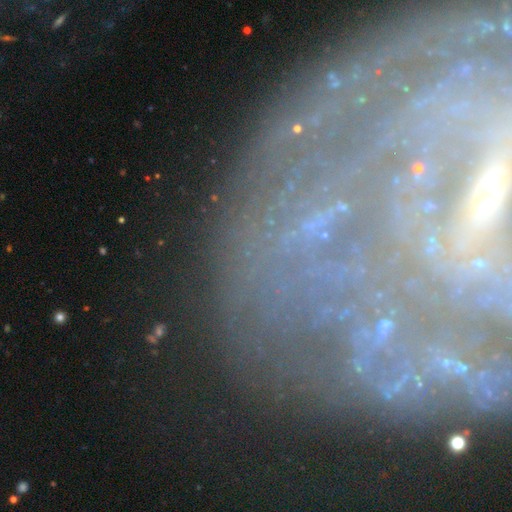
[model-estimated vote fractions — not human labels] A featured or disk galaxy (64%) with no bar (41%), spiral arms (67%) and a small central bulge (43%).

Vote fractions:
- Smooth or featured? featured or disk: 64% / star or artifact: 22% / smooth: 14%
- Edge-on disk? no: 90% / yes: 10%
- Bar? no: 41% / strong: 31% / weak: 28%
- Spiral arms? yes: 67% / no: 33%
- Bulge size? small: 43% / moderate: 32% / none: 13% / large: 8% / dominant: 4%
- Merging? none: 67% / minor disturbance: 15% / major disturbance: 12% / merger: 5%